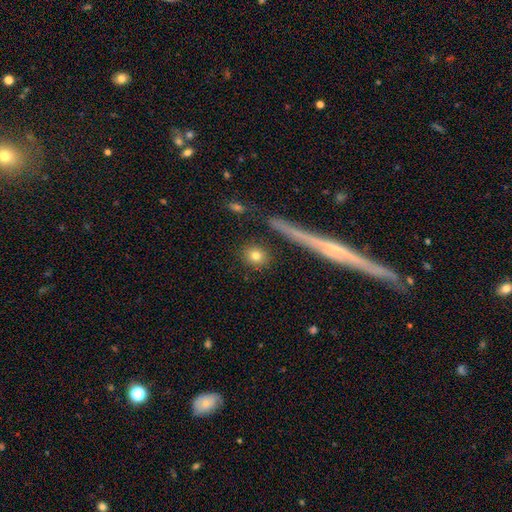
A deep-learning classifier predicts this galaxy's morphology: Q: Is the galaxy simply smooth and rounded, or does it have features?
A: smooth — 79%.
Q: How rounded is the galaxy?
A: round — 79%.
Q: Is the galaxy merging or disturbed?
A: none — 88%.